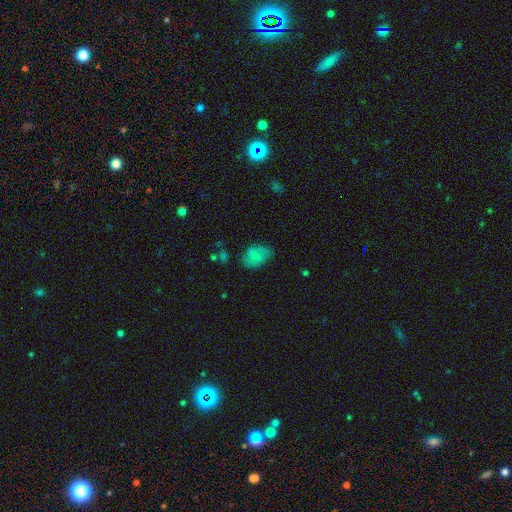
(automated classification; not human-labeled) A smooth galaxy with no disk features (75%) that is in between round and cigar-shaped (86%). Merging: none (54%).